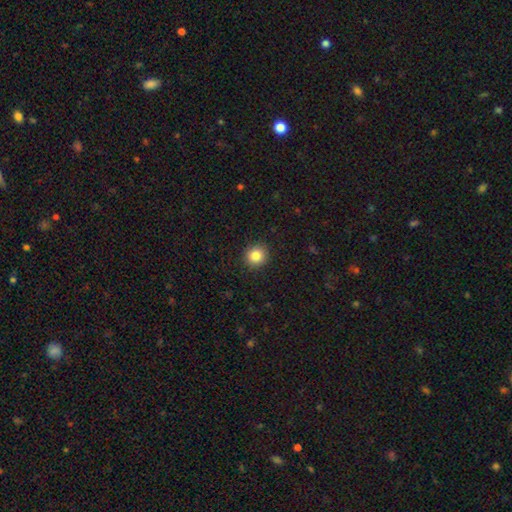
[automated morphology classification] Smooth or featured: smooth — 85% (star or artifact — 10%)
How rounded: round — 89% (in between — 10%)
Merging: none — 91% (minor disturbance — 6%)